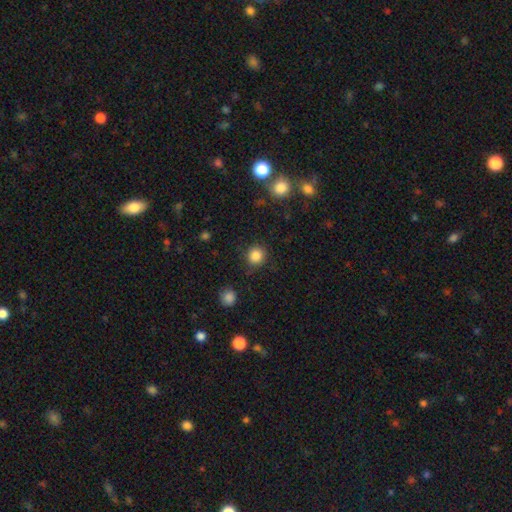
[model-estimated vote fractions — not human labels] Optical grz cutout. It shows a smooth galaxy with no disk features (85%) that is round (90%). Merging: none (84%).